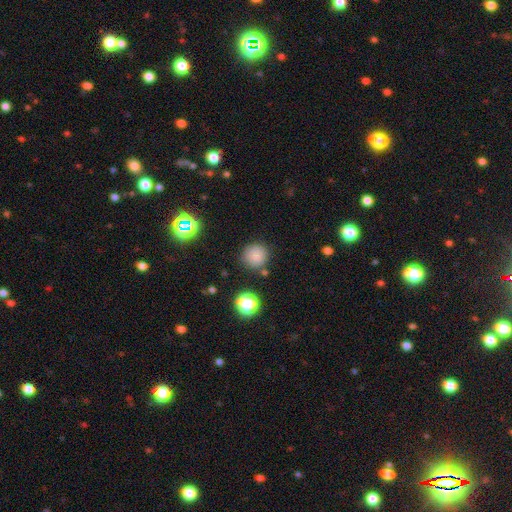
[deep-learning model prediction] This is likely a smooth galaxy (80%). How rounded: clearly round (94%). Merging: clearly none (82%).